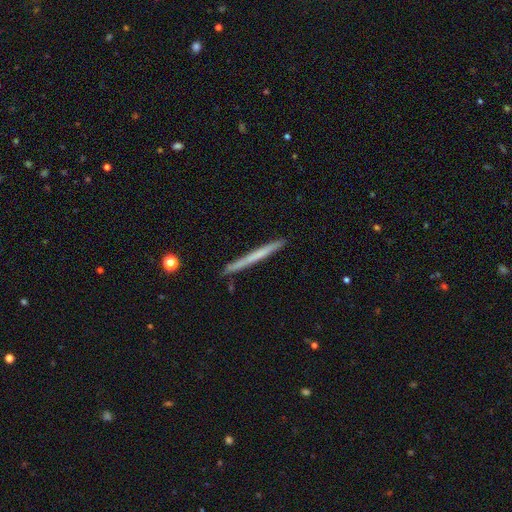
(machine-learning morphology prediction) smooth_or_featured: smooth (p=0.51) [alt: featured or disk p=0.44]
how_rounded: cigar-shaped (p=0.97) [alt: in between p=0.01]
merging: none (p=0.91) [alt: minor disturbance p=0.07]